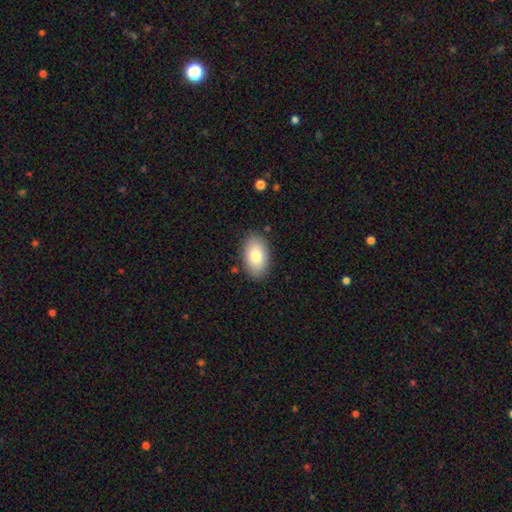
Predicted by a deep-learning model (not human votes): smooth-or-featured: smooth: 80% | featured or disk: 13% | star or artifact: 7%
  how-rounded: in between: 93% | round: 6% | cigar-shaped: 1%
  merging: none: 86% | minor disturbance: 10% | major disturbance: 2% | merger: 1%